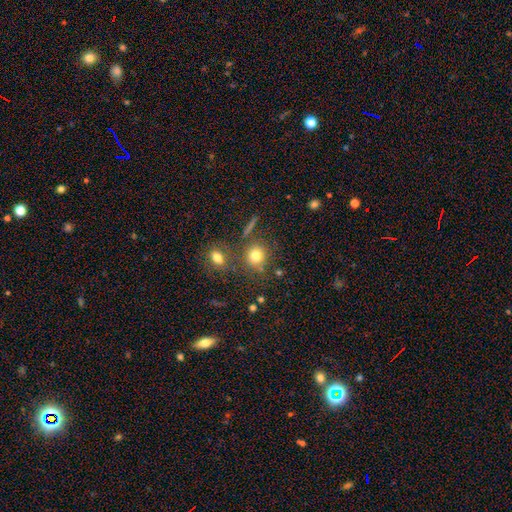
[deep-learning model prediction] Smooth or featured: smooth — 76% (star or artifact — 14%)
How rounded: round — 83% (in between — 16%)
Merging: none — 73% (merger — 12%)